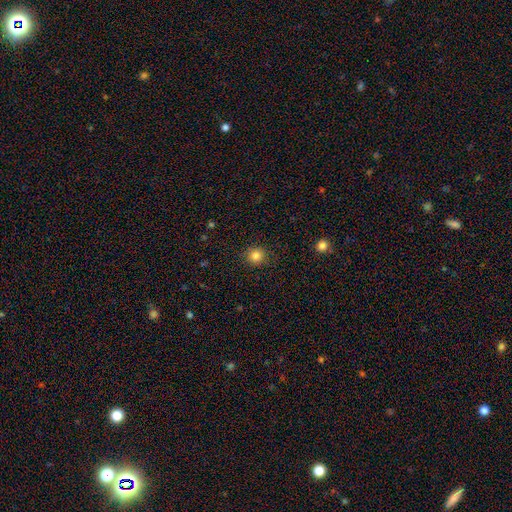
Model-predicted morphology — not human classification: Overall: smooth (84%). How rounded: round (91%). Merging: none (90%).